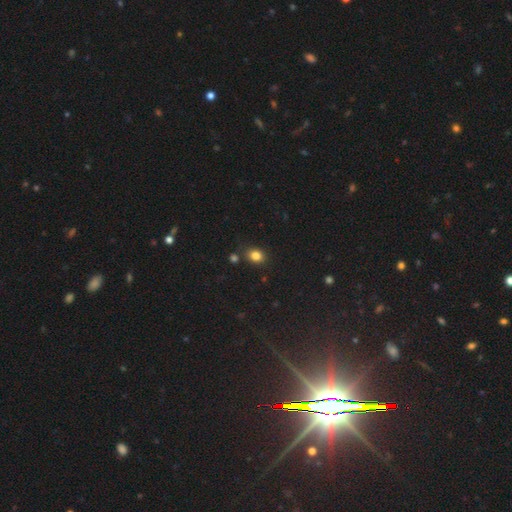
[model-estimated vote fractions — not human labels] Smooth or featured: smooth — 83% (star or artifact — 12%)
How rounded: round — 53% (in between — 46%)
Merging: none — 79% (minor disturbance — 11%)